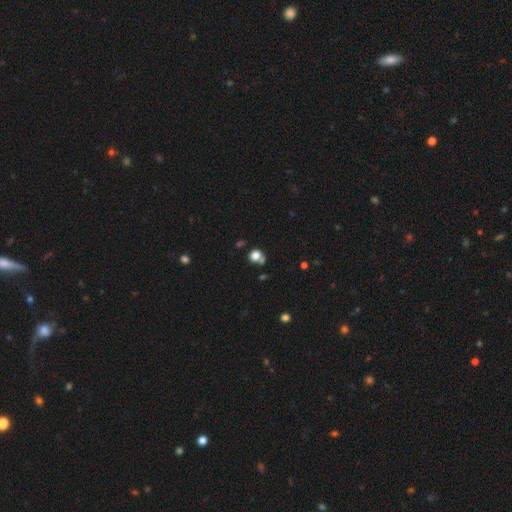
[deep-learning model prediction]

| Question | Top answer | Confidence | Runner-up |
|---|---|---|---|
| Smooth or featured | smooth | 76% | star or artifact (16%) |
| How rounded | round | 80% | in between (19%) |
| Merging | none | 57% | merger (23%) |